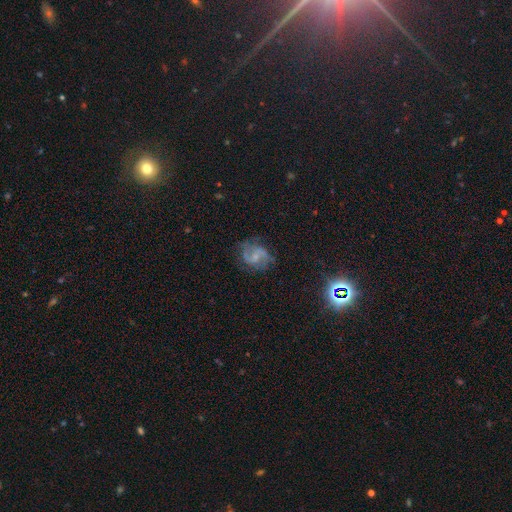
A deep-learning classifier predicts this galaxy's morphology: This appears to be a featured or disk galaxy (70%) with a weak bar (47%), 2 (80%) medium (49%) spiral arms (89%) and a small central bulge (49%). Merging: none (66%).